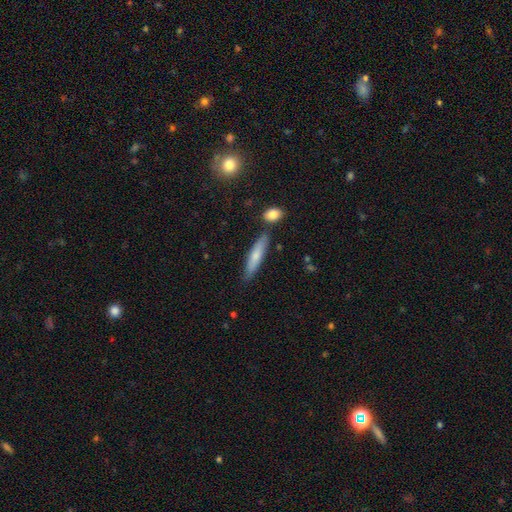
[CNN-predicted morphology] smooth-or-featured: smooth: 68% | featured or disk: 26% | star or artifact: 6%
  how-rounded: cigar-shaped: 84% | in between: 15% | round: 2%
  merging: none: 79% | minor disturbance: 13% | merger: 6% | major disturbance: 2%